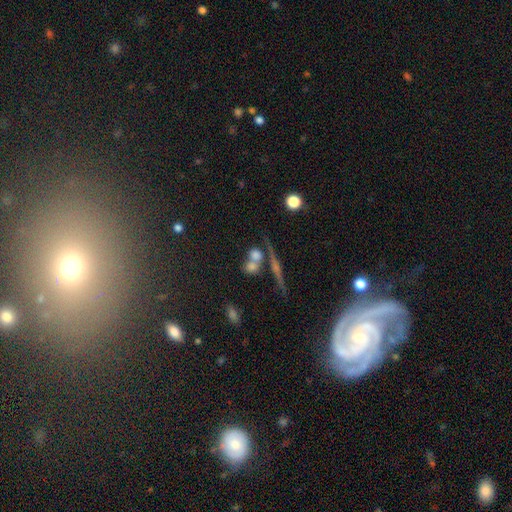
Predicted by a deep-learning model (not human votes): Smooth or featured? Predicted: smooth (p=0.65). How rounded? Predicted: round (p=0.70). Merging? Predicted: none (p=0.46).